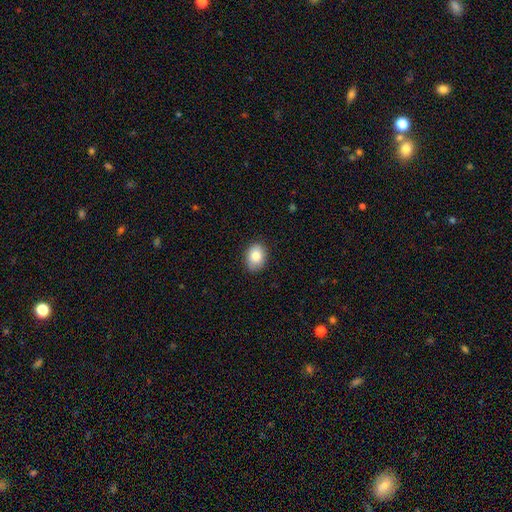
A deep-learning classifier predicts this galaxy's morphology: This appears to be a smooth galaxy with no disk features (83%) that is in between round and cigar-shaped (67%). Merging: none (86%).